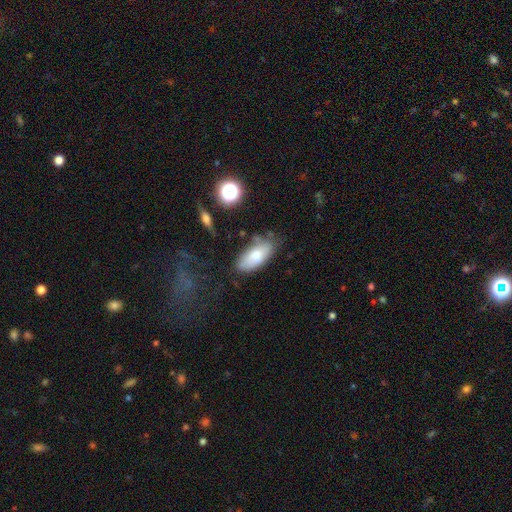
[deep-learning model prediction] smooth_or_featured: smooth (p=0.75) [alt: featured or disk p=0.17]
how_rounded: in between (p=0.89) [alt: cigar-shaped p=0.09]
merging: none (p=0.64) [alt: minor disturbance p=0.25]